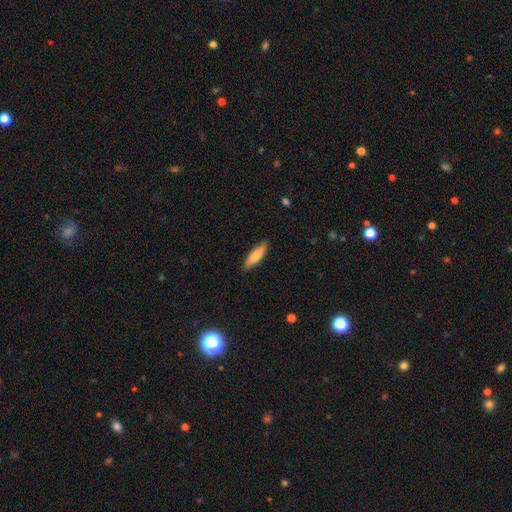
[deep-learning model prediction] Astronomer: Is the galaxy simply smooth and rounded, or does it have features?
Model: smooth — 74%.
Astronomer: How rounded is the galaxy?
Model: cigar-shaped — 61% (runner-up: in between, 37%).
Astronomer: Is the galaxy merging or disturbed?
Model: none — 87%.